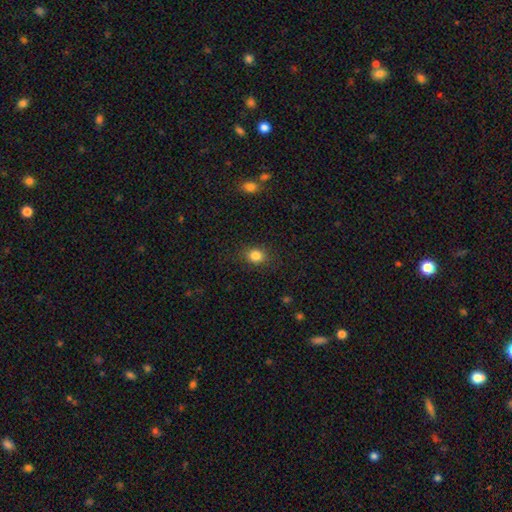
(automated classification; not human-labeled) A smooth galaxy with no disk features (84%) that is round (64%).

Vote fractions:
- Smooth or featured? smooth: 84% / star or artifact: 11% / featured or disk: 5%
- How rounded? round: 64% / in between: 35% / cigar-shaped: 1%
- Merging? none: 86% / minor disturbance: 10% / major disturbance: 3% / merger: 1%